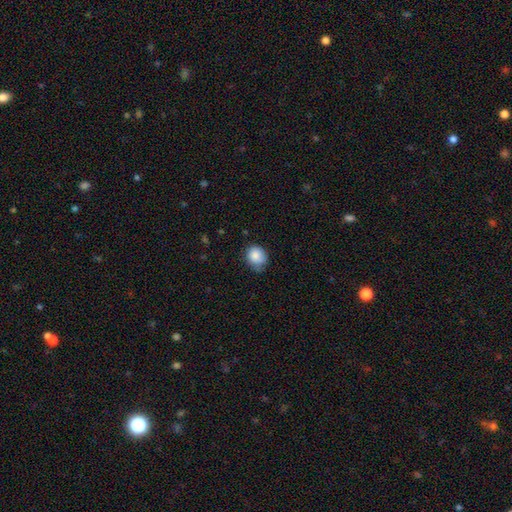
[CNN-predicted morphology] Q: Smooth or featured?
A: smooth (85%); runner-up: star or artifact (8%)
Q: How rounded?
A: round (63%); runner-up: in between (36%)
Q: Merging?
A: none (58%); runner-up: minor disturbance (33%)